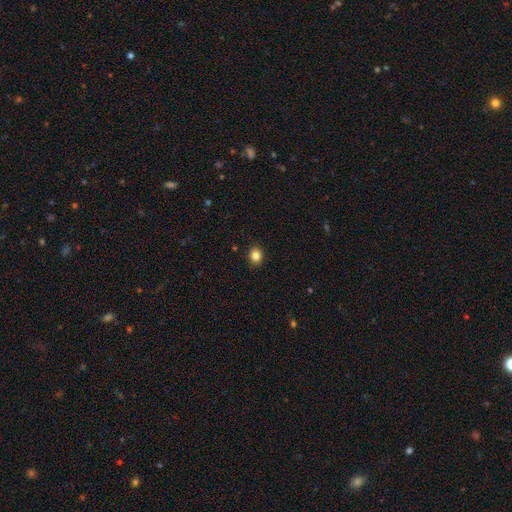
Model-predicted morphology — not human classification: Smooth or featured? Predicted: smooth (p=0.85). How rounded? Predicted: round (p=0.66). Merging? Predicted: none (p=0.91).